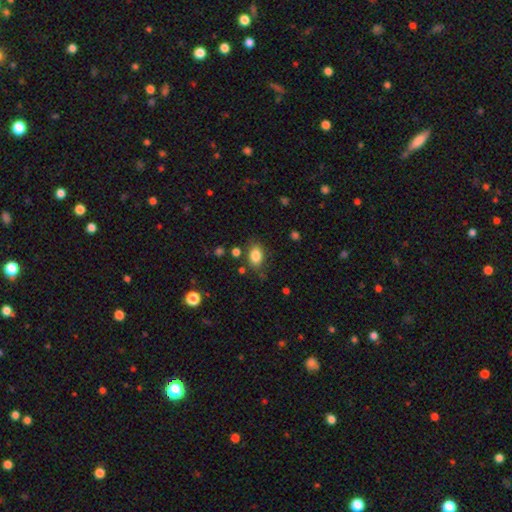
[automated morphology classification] A smooth galaxy with no disk features (85%) that is in between round and cigar-shaped (82%). Merging: none (78%).